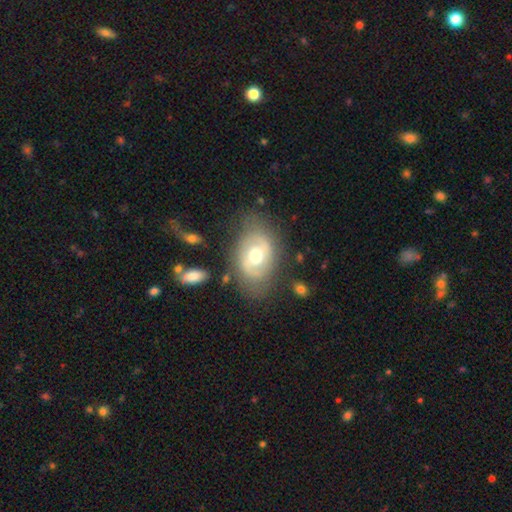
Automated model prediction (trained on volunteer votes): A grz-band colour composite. It shows a featured or disk galaxy (64%) with no bar (48%), spiral arms (69%) and a moderate central bulge (73%). Merging: none (67%).